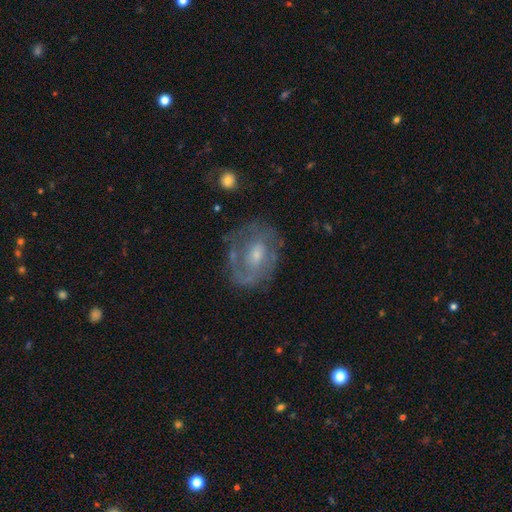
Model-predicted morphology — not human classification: type=featured or disk (69%); edge-on=no (97%); bar=no (60%); spiral arms=yes (68%); bulge=small (54%); merging=none (62%).